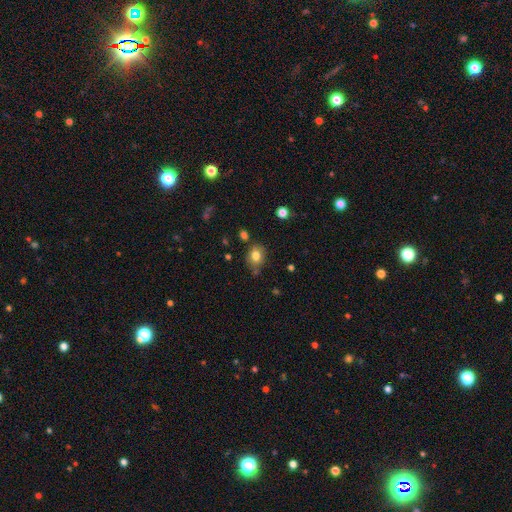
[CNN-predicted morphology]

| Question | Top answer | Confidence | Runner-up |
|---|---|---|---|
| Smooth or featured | smooth | 80% | star or artifact (11%) |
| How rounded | in between | 50% | round (49%) |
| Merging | none | 69% | minor disturbance (20%) |